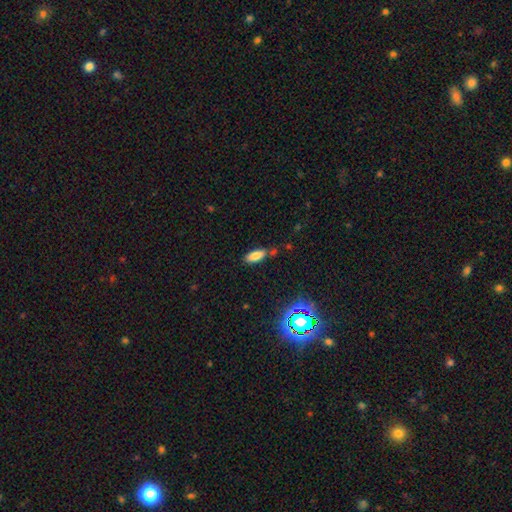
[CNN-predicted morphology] Q: Smooth or featured?
A: smooth (81%); runner-up: star or artifact (10%)
Q: How rounded?
A: in between (77%); runner-up: cigar-shaped (21%)
Q: Merging?
A: none (71%); runner-up: minor disturbance (19%)